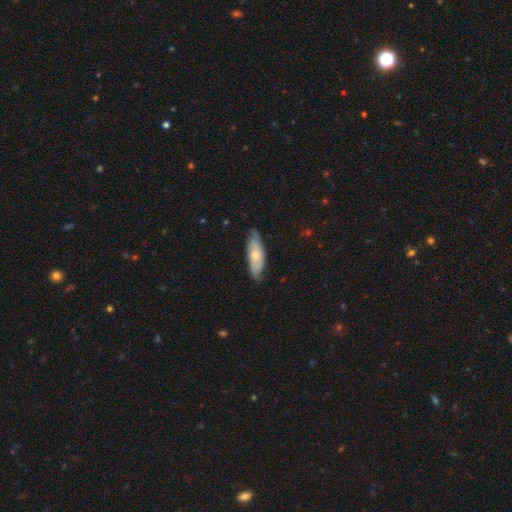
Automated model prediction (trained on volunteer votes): smooth_or_featured: featured or disk (p=0.56) [alt: smooth p=0.38]
disk_edge_on: no (p=0.79) [alt: yes p=0.21]
merging: none (p=0.72) [alt: minor disturbance p=0.22]